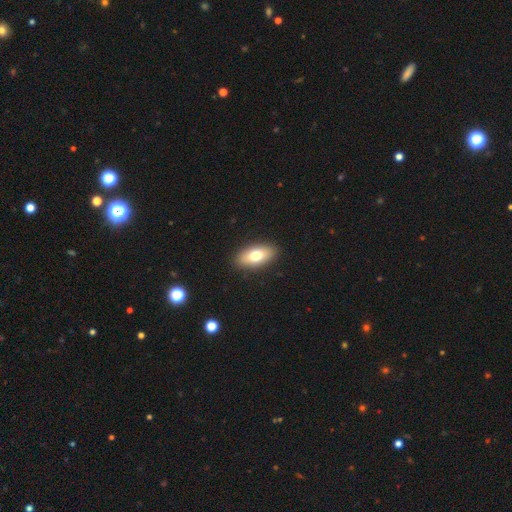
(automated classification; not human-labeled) smooth_or_featured: smooth (p=0.72) [alt: featured or disk p=0.20]
how_rounded: in between (p=0.87) [alt: cigar-shaped p=0.08]
merging: none (p=0.90) [alt: minor disturbance p=0.07]